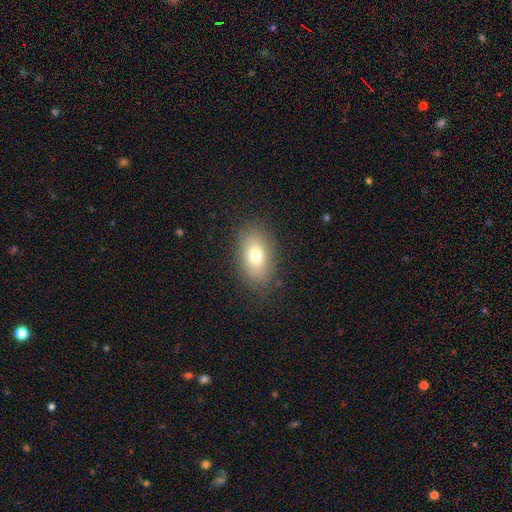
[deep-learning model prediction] Overall: smooth (74%). How rounded: in between (87%). Merging: none (85%).